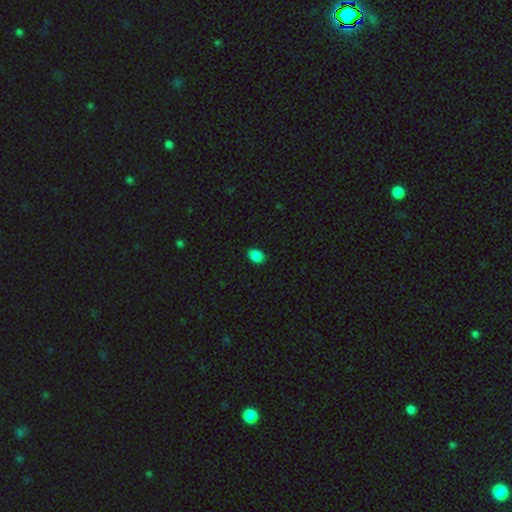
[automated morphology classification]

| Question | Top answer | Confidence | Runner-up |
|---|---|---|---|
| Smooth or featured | smooth | 87% | star or artifact (10%) |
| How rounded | in between | 77% | round (22%) |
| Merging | none | 88% | minor disturbance (9%) |